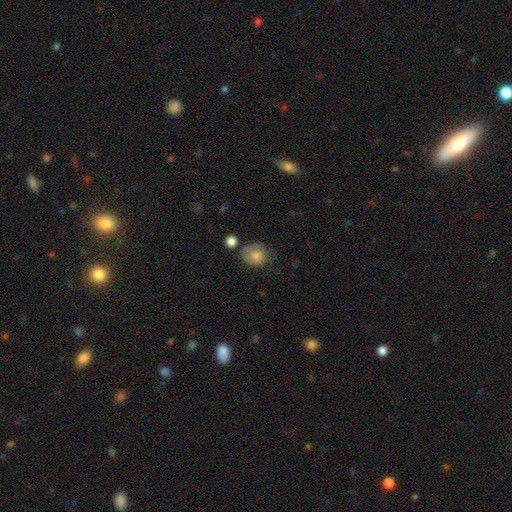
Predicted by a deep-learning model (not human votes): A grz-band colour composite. It shows a smooth galaxy with no disk features (71%) that is round (66%). Merging: none (53%).